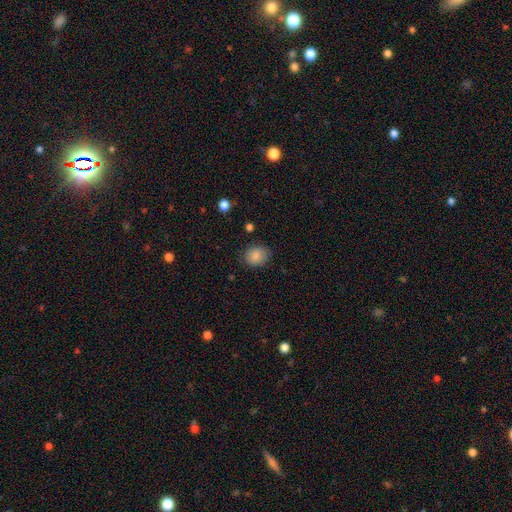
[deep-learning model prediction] A smooth galaxy with no disk features (85%) that is round (58%). Merging: none (83%).